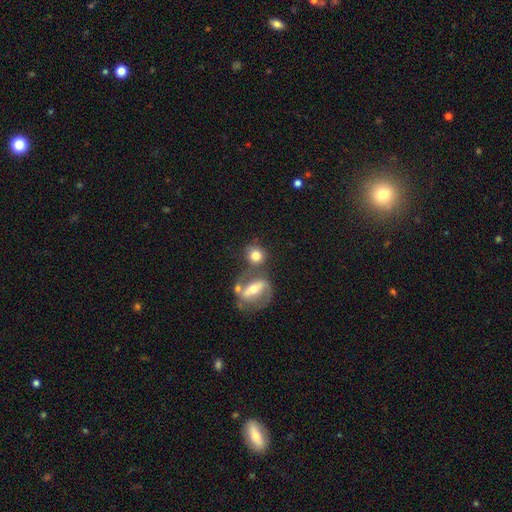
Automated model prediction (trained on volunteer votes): smooth 67%, featured or disk 25%, star or artifact 8%. Down the decision tree: how rounded — round (78%); merging — none (52%).